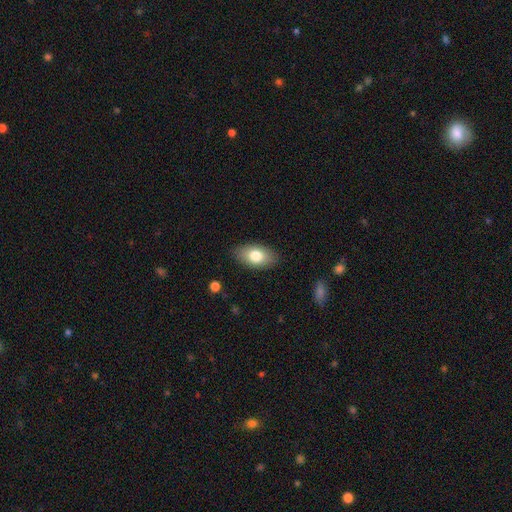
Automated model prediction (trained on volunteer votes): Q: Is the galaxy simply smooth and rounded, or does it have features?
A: smooth — 77%.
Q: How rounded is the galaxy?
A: in between — 92%.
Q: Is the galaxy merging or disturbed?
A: none — 86%.